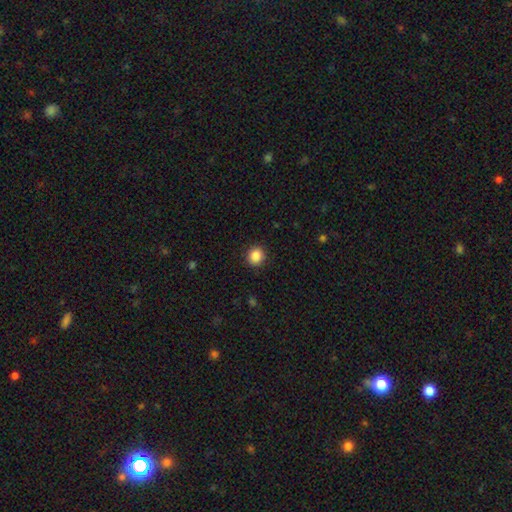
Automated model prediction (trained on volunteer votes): smooth 87%, star or artifact 10%, featured or disk 3%. Down the decision tree: how rounded — round (88%); merging — none (91%).